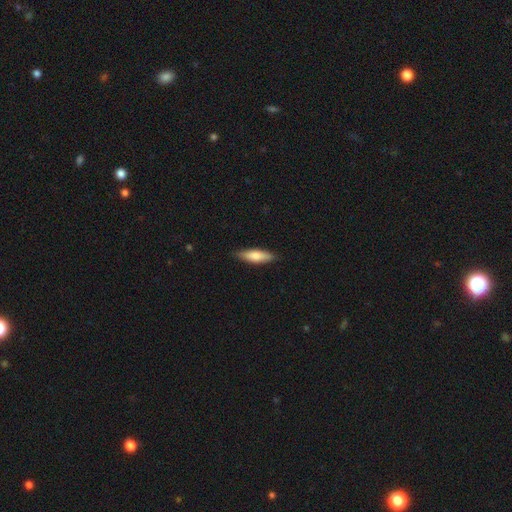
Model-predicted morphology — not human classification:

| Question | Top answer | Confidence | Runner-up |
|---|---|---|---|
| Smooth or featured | smooth | 72% | featured or disk (23%) |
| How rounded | cigar-shaped | 59% | in between (39%) |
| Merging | none | 87% | minor disturbance (10%) |